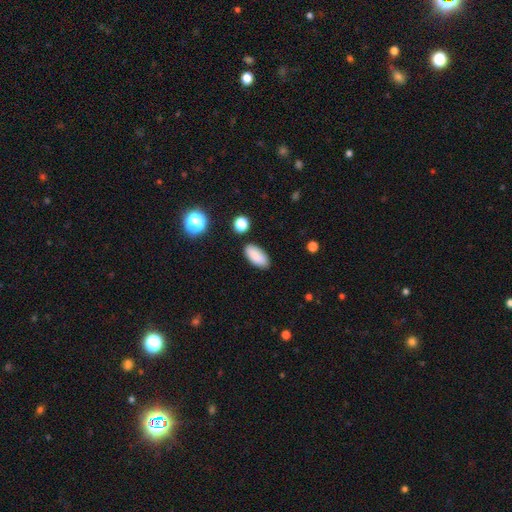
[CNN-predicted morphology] This is clearly a smooth galaxy (88%). How rounded: clearly in between (90%). Merging: clearly none (86%).